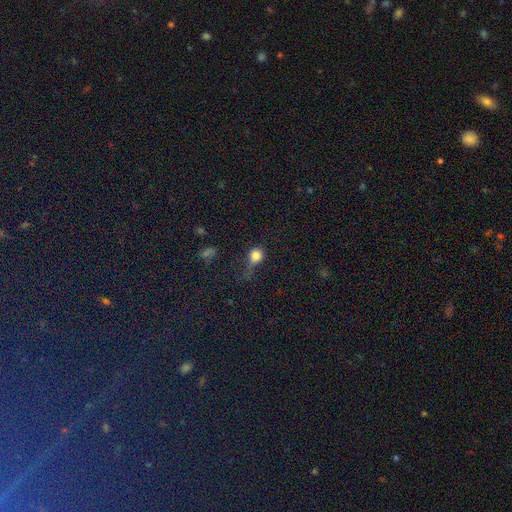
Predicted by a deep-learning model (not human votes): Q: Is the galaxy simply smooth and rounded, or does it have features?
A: smooth — 79%.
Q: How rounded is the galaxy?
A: round — 79%.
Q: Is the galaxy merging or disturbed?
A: none — 38%.